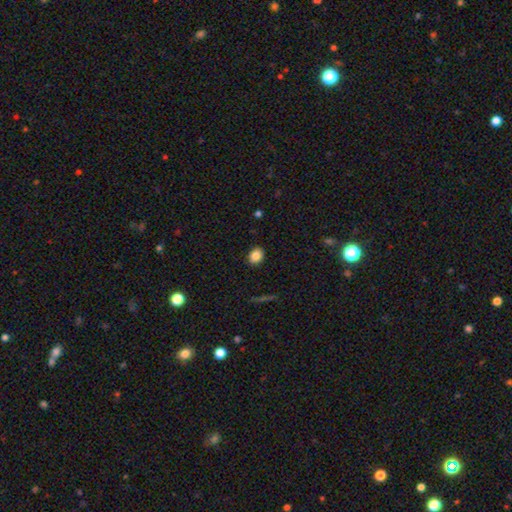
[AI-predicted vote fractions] Smooth or featured?
  - smooth: 85% *
  - star or artifact: 9%
  - featured or disk: 5%
How rounded?
  - round: 51% *
  - in between: 48%
  - cigar-shaped: 1%
Merging?
  - none: 90% *
  - minor disturbance: 7%
  - major disturbance: 2%
  - merger: 1%